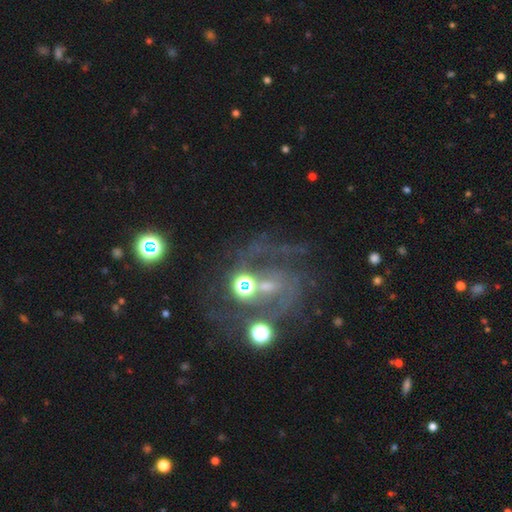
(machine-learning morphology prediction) smooth_or_featured: featured or disk (p=0.67) [alt: star or artifact p=0.20]
disk_edge_on: no (p=0.97) [alt: yes p=0.03]
bar: no (p=0.49) [alt: weak p=0.35]
has_spiral_arms: yes (p=0.76) [alt: no p=0.24]
bulge_size: small (p=0.45) [alt: moderate p=0.34]
merging: none (p=0.42) [alt: major disturbance p=0.23]